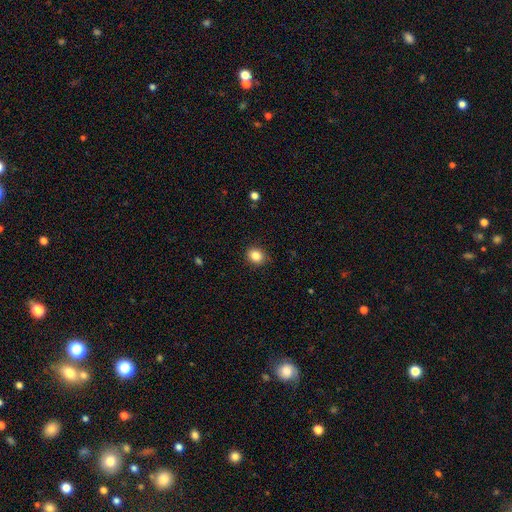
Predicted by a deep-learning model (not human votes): A smooth galaxy with no disk features (85%) that is round (65%).

Vote fractions:
- Smooth or featured? smooth: 85% / star or artifact: 10% / featured or disk: 5%
- How rounded? round: 65% / in between: 34% / cigar-shaped: 1%
- Merging? none: 89% / minor disturbance: 8% / major disturbance: 2% / merger: 1%